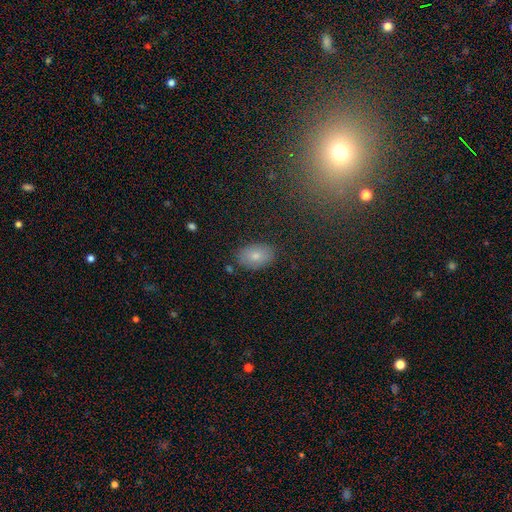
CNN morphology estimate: Smooth or featured?
  - smooth: 78% *
  - featured or disk: 12%
  - star or artifact: 10%
How rounded?
  - in between: 87% *
  - round: 12%
  - cigar-shaped: 1%
Merging?
  - none: 84% *
  - minor disturbance: 11%
  - major disturbance: 3%
  - merger: 2%